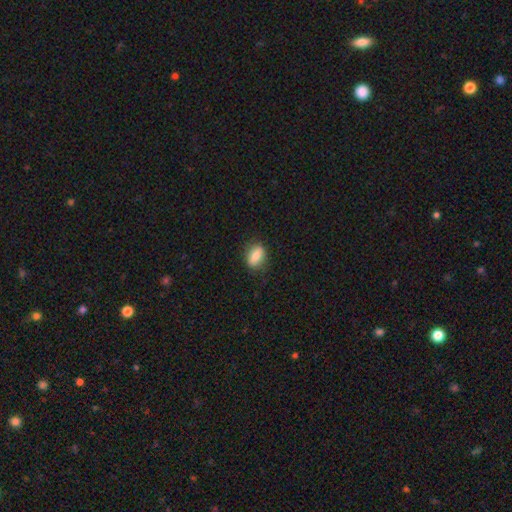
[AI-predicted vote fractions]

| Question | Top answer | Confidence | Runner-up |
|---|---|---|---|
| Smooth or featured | smooth | 78% | featured or disk (15%) |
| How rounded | in between | 78% | round (15%) |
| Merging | none | 83% | minor disturbance (13%) |